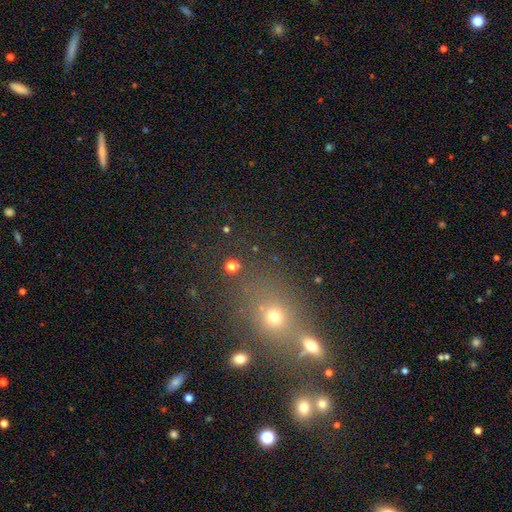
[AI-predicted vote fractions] star or artifact 44%, smooth 43%, featured or disk 13%.